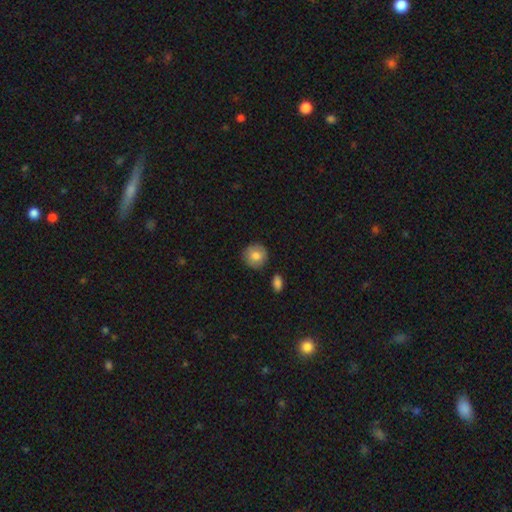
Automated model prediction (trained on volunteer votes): smooth 81%, featured or disk 12%, star or artifact 7%. Down the decision tree: how rounded — round (93%); merging — none (86%).